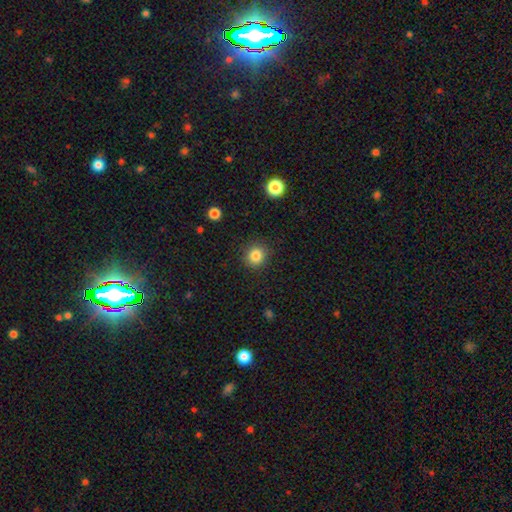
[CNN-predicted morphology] This appears to be a smooth galaxy with no disk features (84%) that is round (88%). Merging: none (90%).